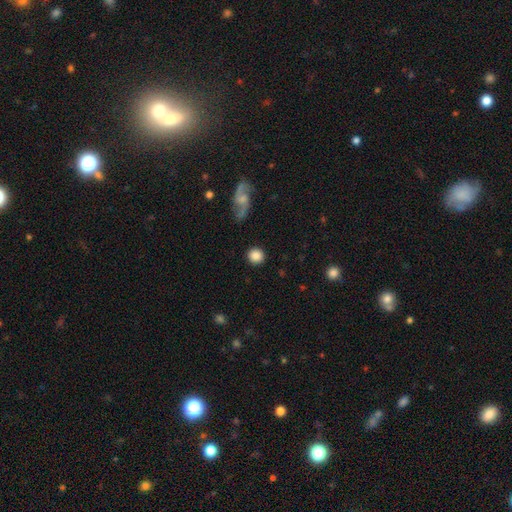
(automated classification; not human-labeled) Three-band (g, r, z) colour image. It shows a smooth galaxy with no disk features (83%) that is round (91%). Merging: none (88%).